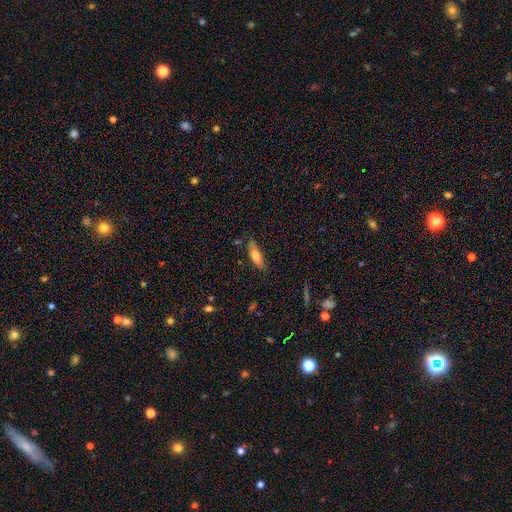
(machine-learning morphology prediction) smooth_or_featured: smooth (p=0.73) [alt: featured or disk p=0.19]
how_rounded: cigar-shaped (p=0.49) [tied with: in between p=0.49]
merging: none (p=0.72) [alt: minor disturbance p=0.21]